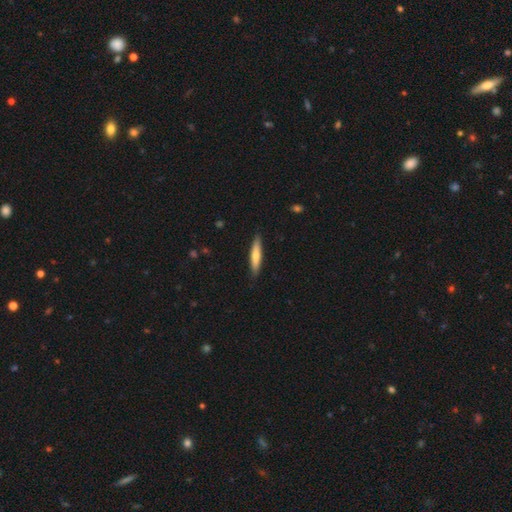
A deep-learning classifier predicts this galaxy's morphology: Smooth or featured? smooth (64%)
How rounded? cigar-shaped (87%)
Merging? none (88%)